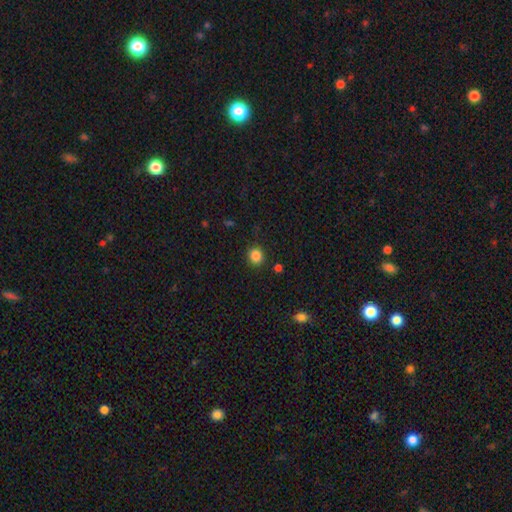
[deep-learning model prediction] Smooth or featured: smooth — 85% (star or artifact — 11%)
How rounded: round — 87% (in between — 12%)
Merging: none — 88% (minor disturbance — 8%)